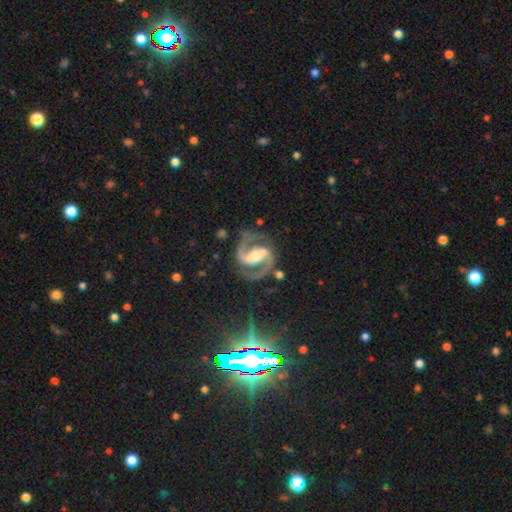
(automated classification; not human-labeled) Smooth or featured? Predicted: featured or disk (p=0.93). Edge-on disk? Predicted: no (p=0.98). Bar? Predicted: strong (p=0.59). Spiral arms? Predicted: yes (p=0.98). Spiral winding? Predicted: medium (p=0.64). Spiral arm count? Predicted: 2 (p=0.95). Bulge size? Predicted: moderate (p=0.56). Merging? Predicted: none (p=0.82).